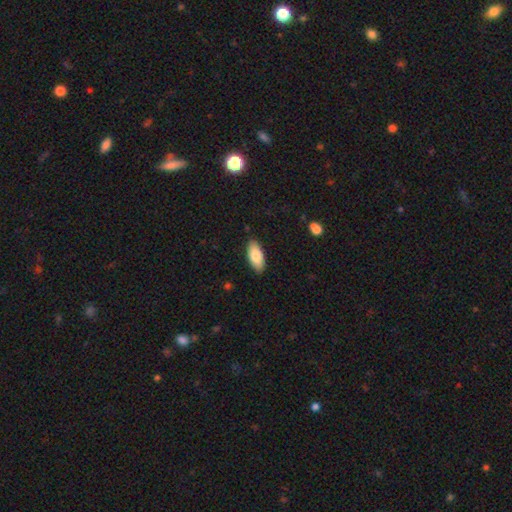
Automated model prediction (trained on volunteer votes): Smooth or featured: smooth — 81% (featured or disk — 13%)
How rounded: in between — 88% (cigar-shaped — 10%)
Merging: none — 88% (minor disturbance — 9%)